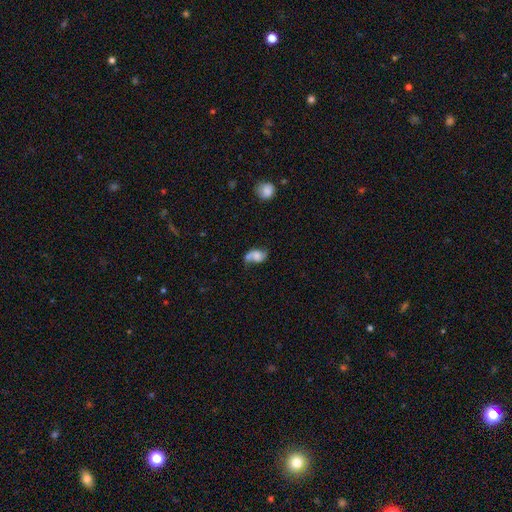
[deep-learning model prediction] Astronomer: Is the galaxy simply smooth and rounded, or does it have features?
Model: featured or disk — 53% (runner-up: smooth, 38%).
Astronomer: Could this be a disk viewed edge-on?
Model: no — 96%.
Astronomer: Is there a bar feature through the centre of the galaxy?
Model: no — 68%.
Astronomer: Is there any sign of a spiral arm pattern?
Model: yes — 86%.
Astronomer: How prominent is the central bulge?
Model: none — 30% (runner-up: small, 25%).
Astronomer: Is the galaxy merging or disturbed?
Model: none — 44% (runner-up: minor disturbance, 26%).